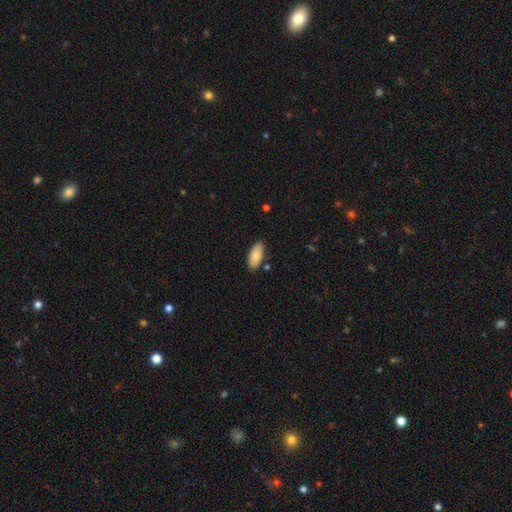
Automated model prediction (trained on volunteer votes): Q: Smooth or featured?
A: smooth (84%); runner-up: featured or disk (10%)
Q: How rounded?
A: in between (89%); runner-up: cigar-shaped (9%)
Q: Merging?
A: none (83%); runner-up: minor disturbance (12%)